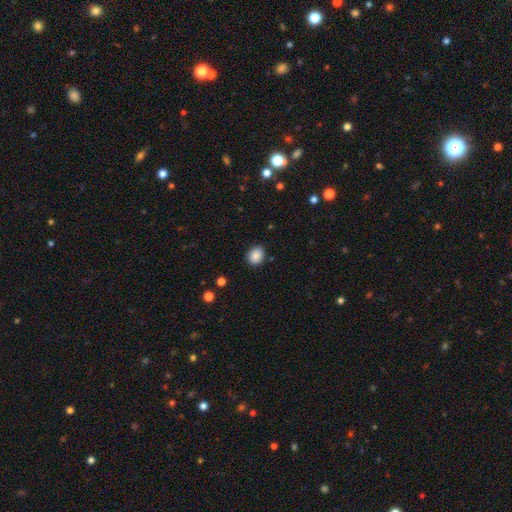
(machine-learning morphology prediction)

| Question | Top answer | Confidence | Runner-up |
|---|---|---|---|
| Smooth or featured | smooth | 88% | star or artifact (9%) |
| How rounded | round | 52% | in between (47%) |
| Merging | none | 85% | minor disturbance (11%) |